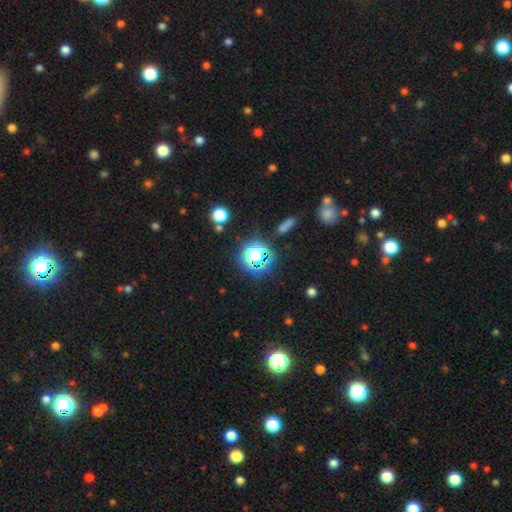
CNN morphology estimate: Overall: star or artifact (60%; smooth 30%).